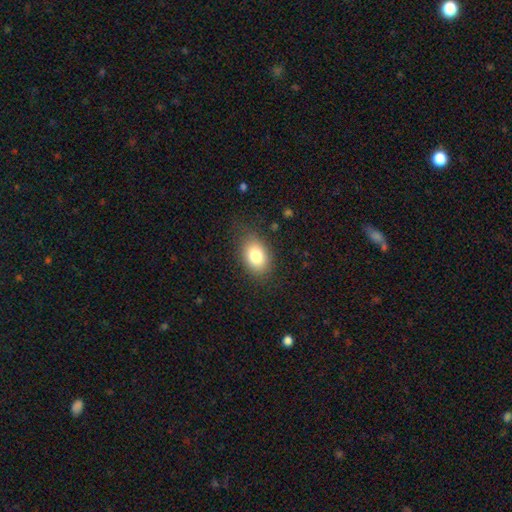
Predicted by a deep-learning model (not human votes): Overall: smooth (81%). How rounded: in between (78%). Merging: none (79%).